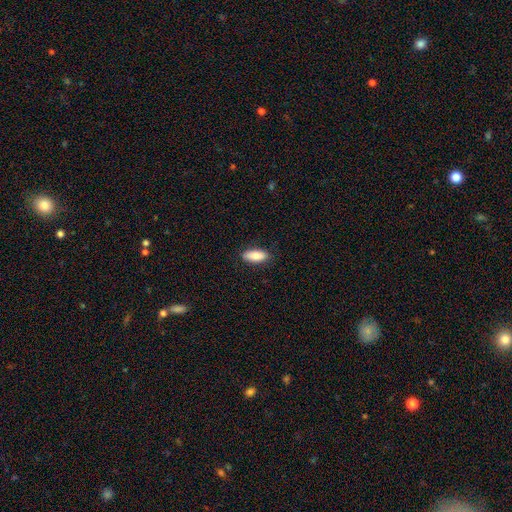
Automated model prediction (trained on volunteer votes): Smooth or featured?
  - smooth: 87% *
  - featured or disk: 7%
  - star or artifact: 6%
How rounded?
  - in between: 82% *
  - cigar-shaped: 16%
  - round: 2%
Merging?
  - none: 86% *
  - minor disturbance: 10%
  - major disturbance: 2%
  - merger: 1%